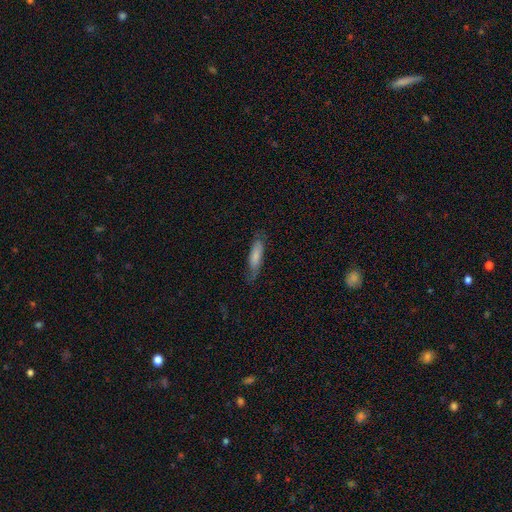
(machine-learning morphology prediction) smooth_or_featured: smooth (p=0.75) [alt: featured or disk p=0.19]
how_rounded: cigar-shaped (p=0.62) [alt: in between p=0.36]
merging: none (p=0.71) [alt: minor disturbance p=0.22]